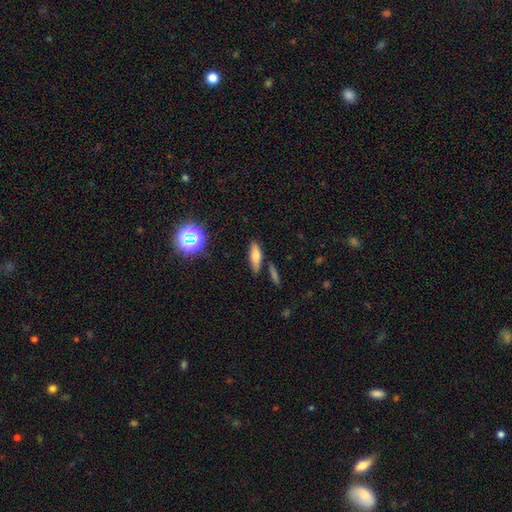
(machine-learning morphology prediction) Smooth or featured: smooth — 72% (featured or disk — 16%)
How rounded: in between — 57% (cigar-shaped — 39%)
Merging: none — 74% (minor disturbance — 14%)